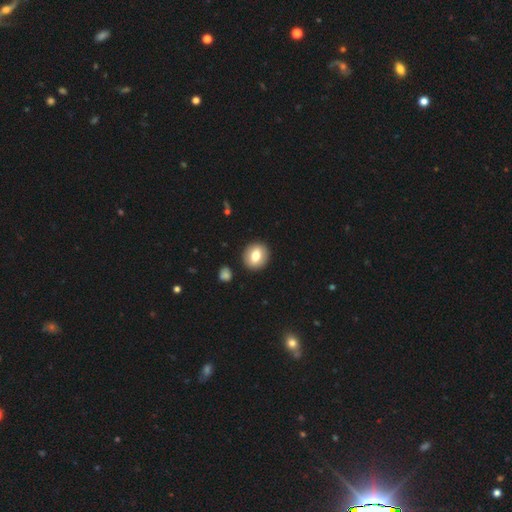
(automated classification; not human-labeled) A smooth galaxy with no disk features (76%) that is round (69%).

Vote fractions:
- Smooth or featured? smooth: 76% / featured or disk: 16% / star or artifact: 8%
- How rounded? round: 69% / in between: 30% / cigar-shaped: 1%
- Merging? none: 90% / minor disturbance: 6% / major disturbance: 2% / merger: 2%